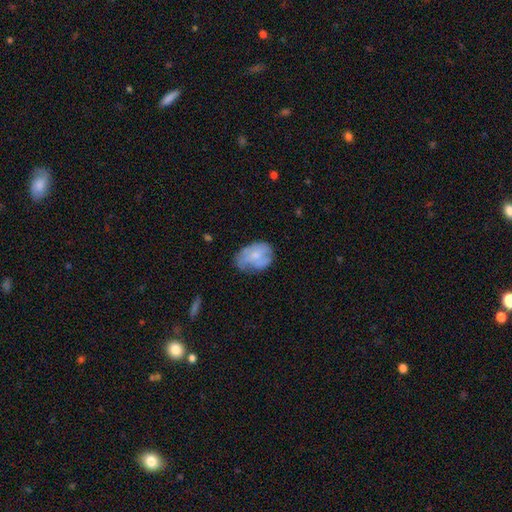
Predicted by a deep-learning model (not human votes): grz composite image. It shows a smooth galaxy with no disk features (56%) that is in between round and cigar-shaped (71%). Merging: none (45%).